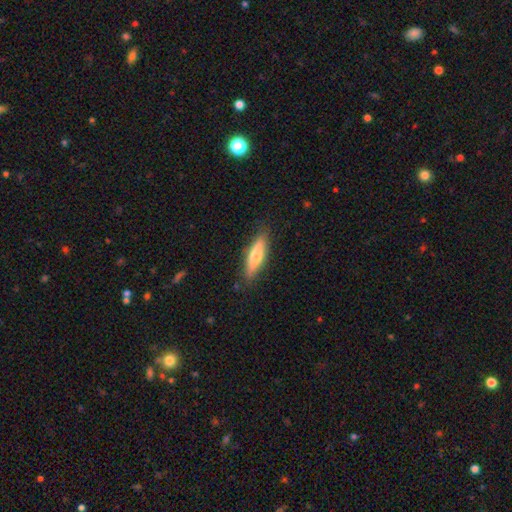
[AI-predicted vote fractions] smooth 56%, featured or disk 38%, star or artifact 6%. Down the decision tree: how rounded — cigar-shaped (69%); merging — none (86%).